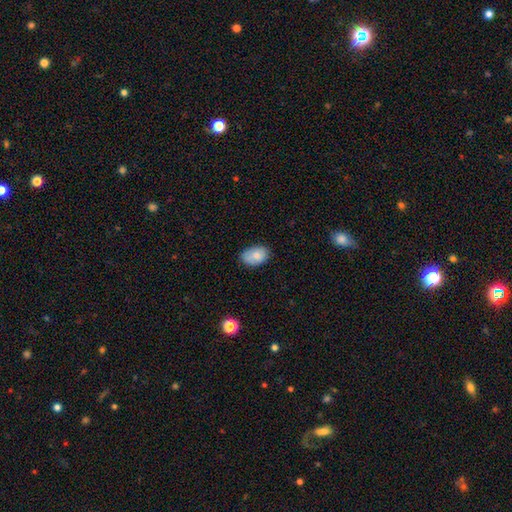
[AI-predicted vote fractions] This appears to be a smooth galaxy with no disk features (79%) that is in between round and cigar-shaped (86%). Merging: none (69%).